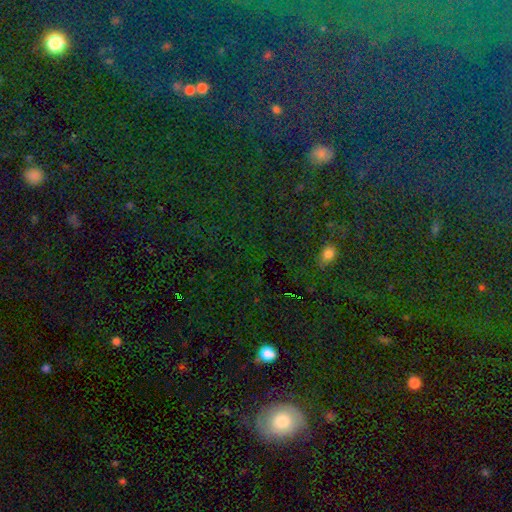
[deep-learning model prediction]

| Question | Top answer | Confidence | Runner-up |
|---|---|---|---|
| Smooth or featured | star or artifact | 64% | smooth (24%) |